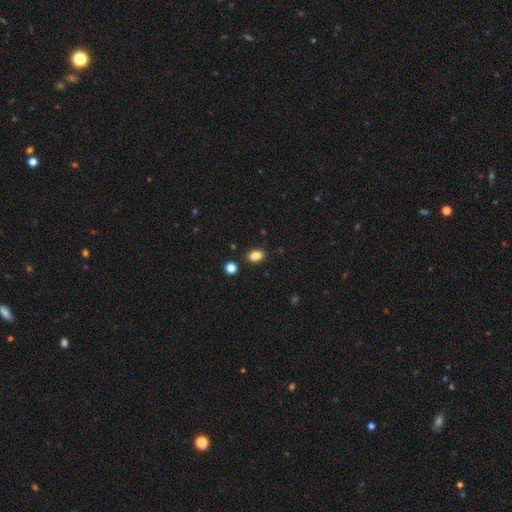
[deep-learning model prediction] Morphology: type=smooth (85%); roundness=in between (80%); merging=none (87%).